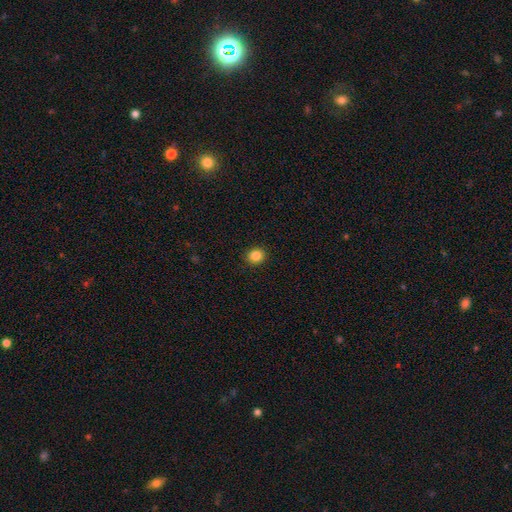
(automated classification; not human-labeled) This appears to be a smooth galaxy with no disk features (85%) that is round (83%). Merging: none (92%).